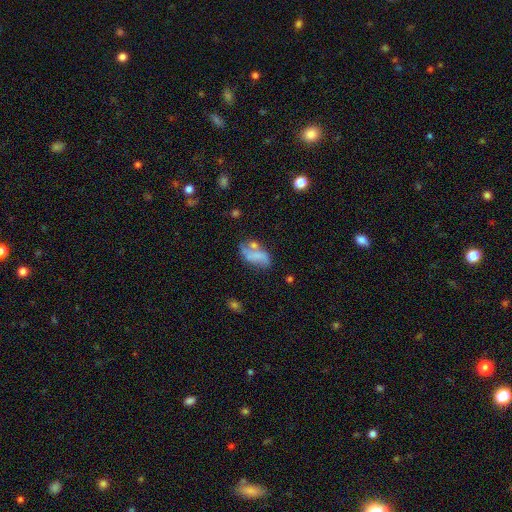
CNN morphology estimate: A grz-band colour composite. It shows a smooth galaxy with no disk features (52%) that is in between round and cigar-shaped (88%). Merging: none (40%).